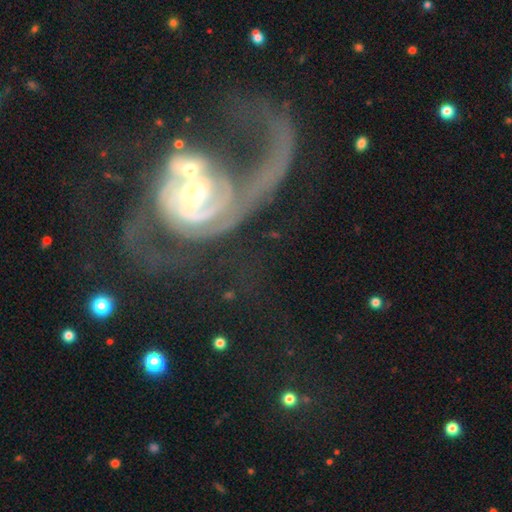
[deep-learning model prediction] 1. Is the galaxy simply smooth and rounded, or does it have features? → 81% featured or disk, 11% smooth, 8% star or artifact.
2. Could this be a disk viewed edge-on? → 96% no, 4% yes.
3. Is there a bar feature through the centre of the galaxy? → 65% no, 24% weak, 11% strong.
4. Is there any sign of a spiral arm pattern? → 85% yes, 15% no.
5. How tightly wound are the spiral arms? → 37% loose, 33% medium, 30% tight.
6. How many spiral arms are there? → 44% 2, 24% 1, 17% can't tell, 6% 3, 4% 4, 4% more than 4.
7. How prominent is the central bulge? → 53% small, 38% moderate, 5% large, 3% none, 2% dominant.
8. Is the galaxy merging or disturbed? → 38% major disturbance, 32% merger, 20% none, 10% minor disturbance.